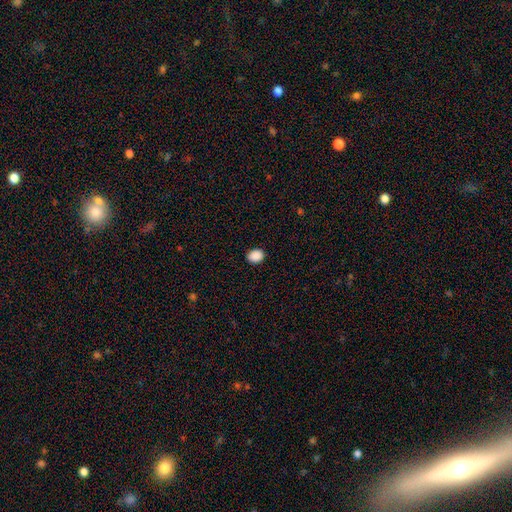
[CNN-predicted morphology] Overall: smooth (90%). How rounded: in between (51%; round 48%). Merging: none (91%).